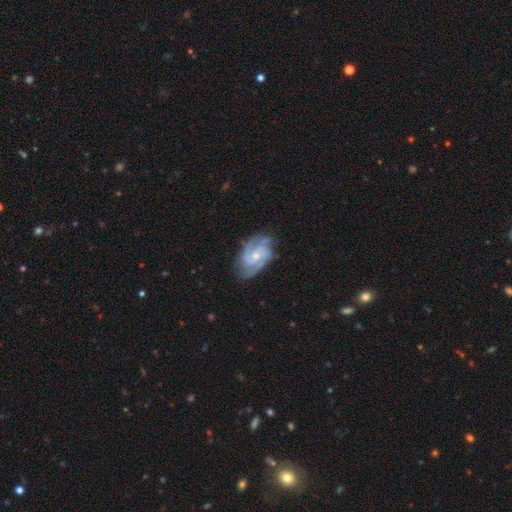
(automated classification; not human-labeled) Smooth or featured: featured or disk — 86% (smooth — 9%)
Edge-on disk: no — 97% (yes — 3%)
Bar: no — 54% (weak — 39%)
Spiral arms: yes — 97% (no — 3%)
Spiral winding: medium — 45% (tied with tight — 45%)
Spiral arm count: 2 — 41% (3 — 32%)
Bulge size: small — 50% (moderate — 44%)
Merging: none — 71% (minor disturbance — 21%)